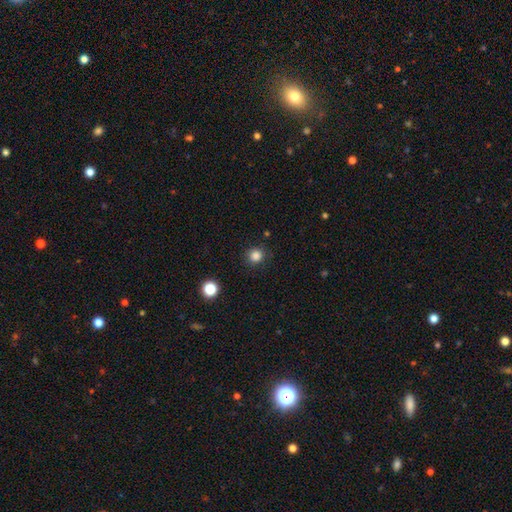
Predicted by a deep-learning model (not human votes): Q: Smooth or featured?
A: smooth (84%); runner-up: star or artifact (12%)
Q: How rounded?
A: round (91%); runner-up: in between (8%)
Q: Merging?
A: none (87%); runner-up: minor disturbance (8%)